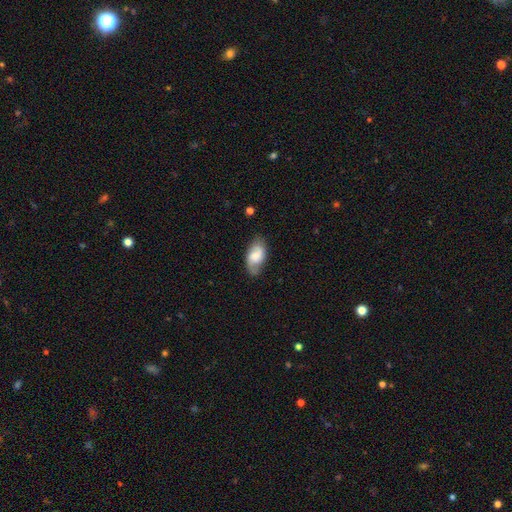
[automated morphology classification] smooth_or_featured: smooth (p=0.49) [alt: featured or disk p=0.44]
merging: none (p=0.72) [alt: minor disturbance p=0.21]